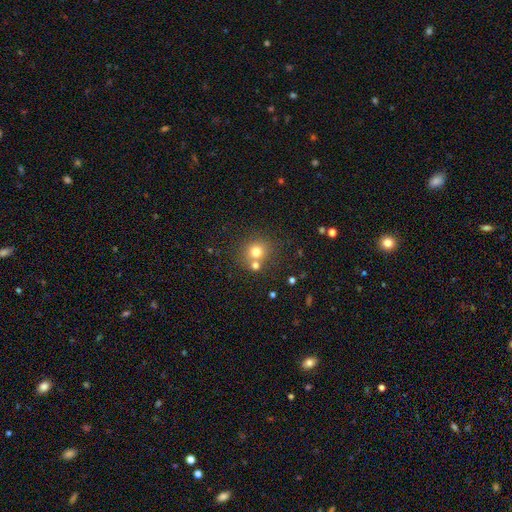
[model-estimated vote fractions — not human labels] A smooth galaxy with no disk features (69%) that is round (86%). Merging: none (63%).